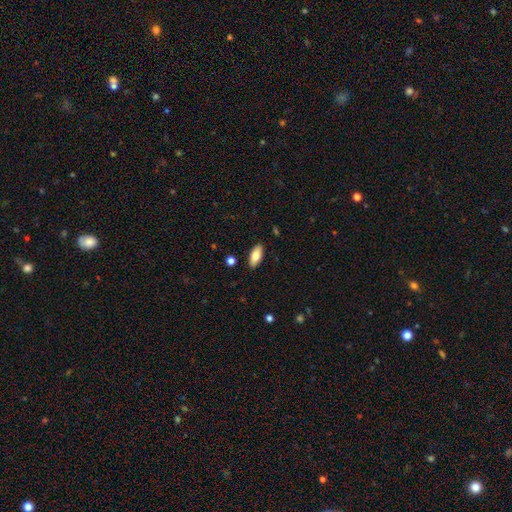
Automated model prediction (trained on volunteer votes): The model was most divided on "smooth or featured": smooth: 78%, featured or disk: 16%, star or artifact: 6%. More confident: merging — none (89%); how rounded — in between (88%).